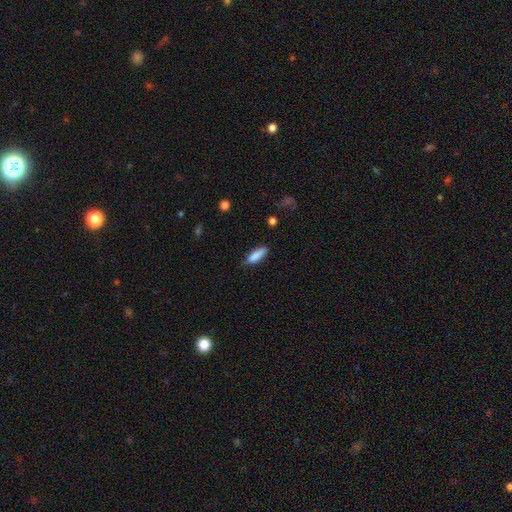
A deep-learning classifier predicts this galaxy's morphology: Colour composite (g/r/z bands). It shows a smooth galaxy with no disk features (86%) that is cigar-shaped (51%). Merging: none (74%).